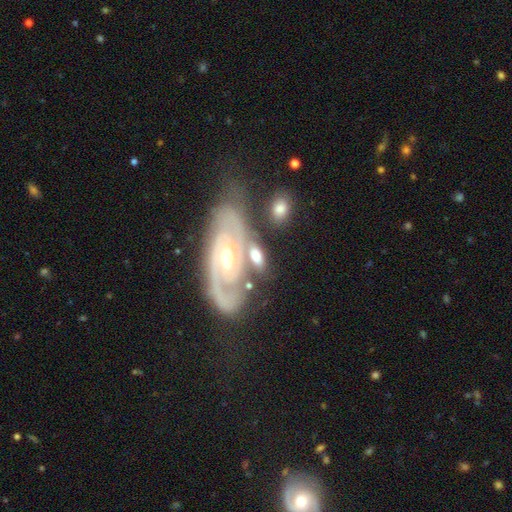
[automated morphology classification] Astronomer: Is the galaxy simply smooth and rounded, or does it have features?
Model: featured or disk — 59% (runner-up: smooth, 35%).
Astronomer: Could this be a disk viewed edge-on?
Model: no — 85%.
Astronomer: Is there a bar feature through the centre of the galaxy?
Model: no — 51% (runner-up: weak, 35%).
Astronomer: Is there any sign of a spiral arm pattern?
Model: yes — 83%.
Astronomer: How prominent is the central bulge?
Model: moderate — 56% (runner-up: small, 32%).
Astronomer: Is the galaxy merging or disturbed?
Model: none — 48% (runner-up: merger, 25%).